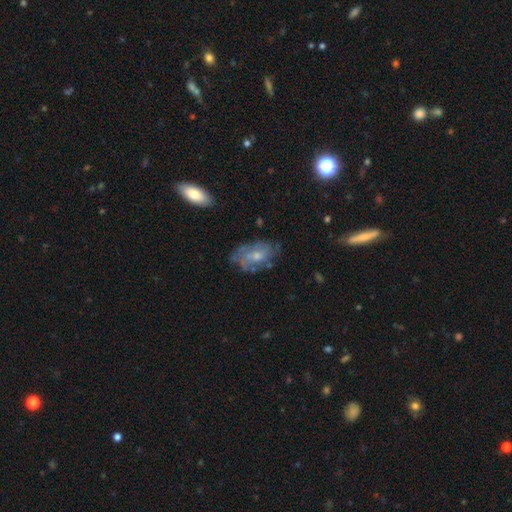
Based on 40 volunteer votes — This is likely a featured or disk galaxy (60%). It is clearly not viewed edge-on (96%). Bar: likely no (65%). Spiral arm pattern: likely no (61%). Central bulge: possibly small (57%). Merging: likely none (61%).